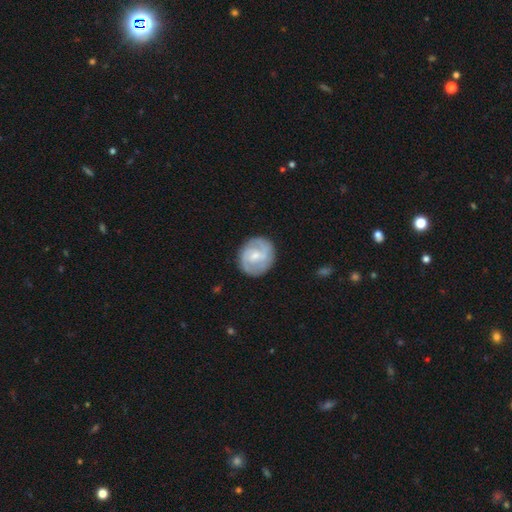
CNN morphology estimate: The model was most divided on "spiral winding": tight: 46%, medium: 42%, loose: 12%. Remaining: edge-on disk — no (98%); spiral arms — yes (91%); merging — none (83%); smooth or featured — featured or disk (73%); spiral arm count — 2 (65%); bar — weak (55%); bulge size — small (50%).